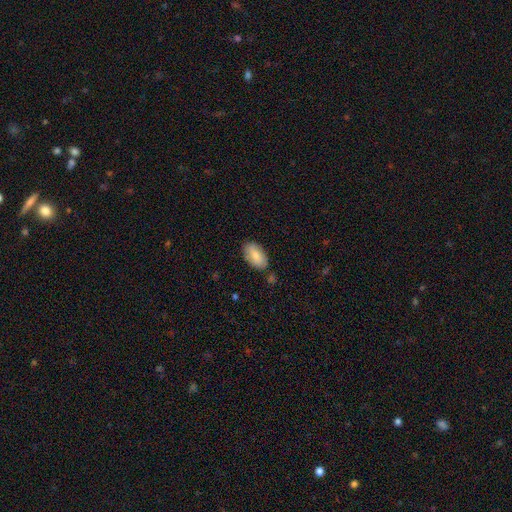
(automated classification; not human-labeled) Smooth or featured: smooth — 81% (featured or disk — 13%)
How rounded: in between — 94% (round — 3%)
Merging: none — 80% (minor disturbance — 14%)